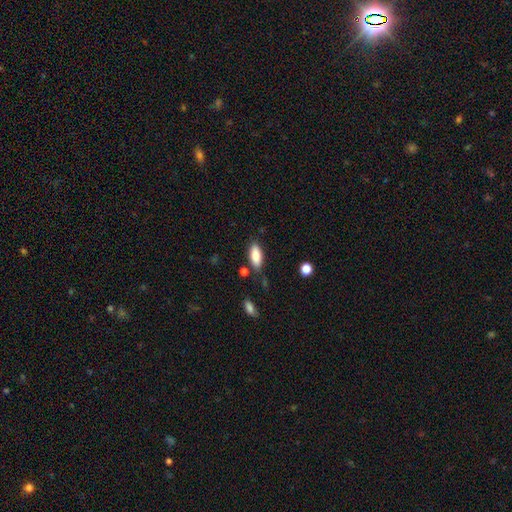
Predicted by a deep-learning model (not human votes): Morphology: type=smooth (85%); roundness=in between (81%); merging=none (80%).